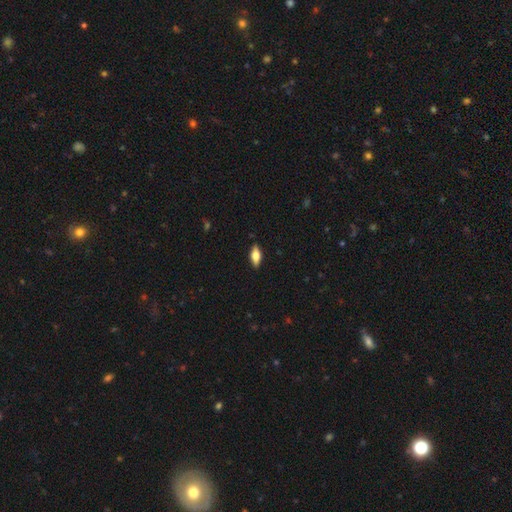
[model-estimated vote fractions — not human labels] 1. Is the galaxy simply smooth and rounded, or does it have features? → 60% smooth, 33% featured or disk, 7% star or artifact.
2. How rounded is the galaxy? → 77% in between, 19% cigar-shaped, 3% round.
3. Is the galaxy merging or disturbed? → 88% none, 9% minor disturbance, 2% major disturbance, 1% merger.